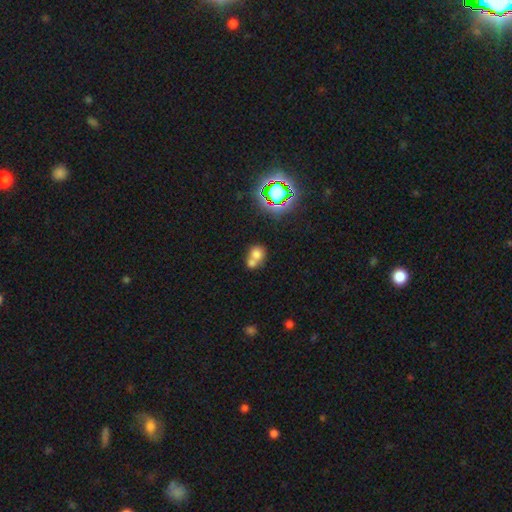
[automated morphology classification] smooth_or_featured: smooth (p=0.67) [alt: featured or disk p=0.17]
how_rounded: round (p=0.68) [alt: in between p=0.31]
merging: merger (p=0.61) [alt: none p=0.29]